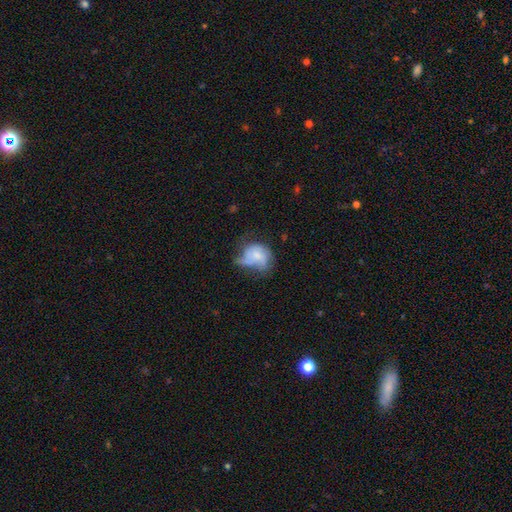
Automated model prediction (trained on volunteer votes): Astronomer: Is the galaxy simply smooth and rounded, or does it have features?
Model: smooth — 53% (runner-up: featured or disk, 38%).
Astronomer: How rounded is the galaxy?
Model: in between — 51% (runner-up: round, 48%).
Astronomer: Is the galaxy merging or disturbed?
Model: major disturbance — 35% (runner-up: minor disturbance, 33%).